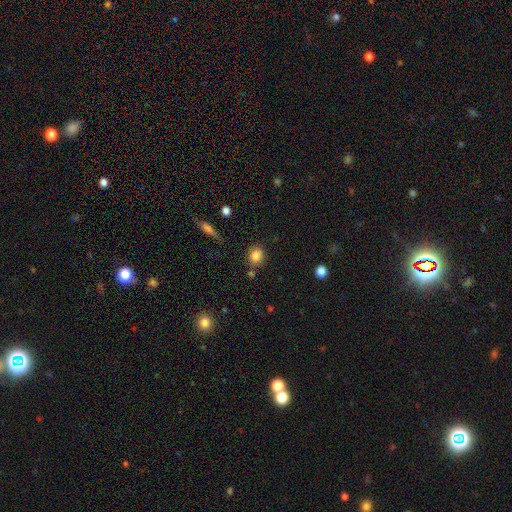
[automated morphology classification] smooth-or-featured: smooth: 83% | star or artifact: 10% | featured or disk: 7%
  how-rounded: round: 57% | in between: 41% | cigar-shaped: 2%
  merging: none: 79% | minor disturbance: 11% | merger: 6% | major disturbance: 3%